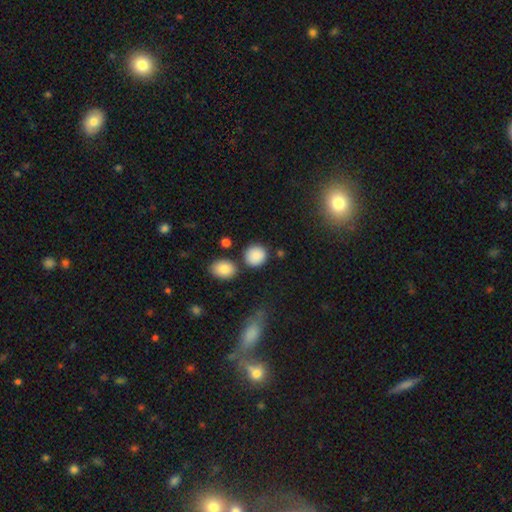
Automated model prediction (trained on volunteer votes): smooth-or-featured: smooth: 87% | star or artifact: 8% | featured or disk: 4%
  how-rounded: round: 84% | in between: 15% | cigar-shaped: 1%
  merging: none: 78% | minor disturbance: 11% | merger: 8% | major disturbance: 4%